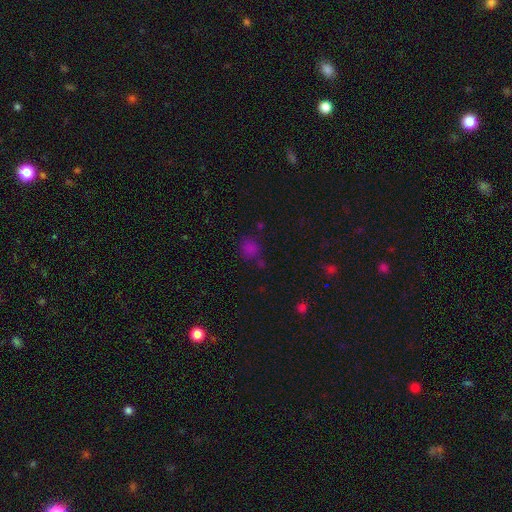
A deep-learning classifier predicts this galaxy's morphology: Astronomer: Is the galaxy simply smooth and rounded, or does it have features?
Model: smooth — 61%.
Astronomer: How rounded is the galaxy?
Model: round — 81%.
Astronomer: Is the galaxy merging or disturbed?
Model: none — 73%.